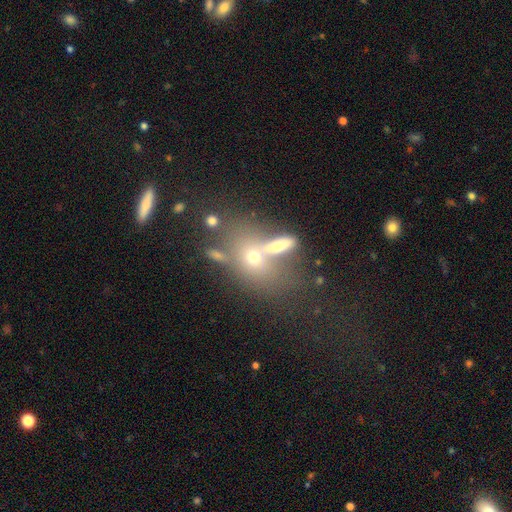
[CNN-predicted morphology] This is possibly a smooth galaxy (52%). How rounded: possibly in between (60%). Merging: possibly merger (50%).